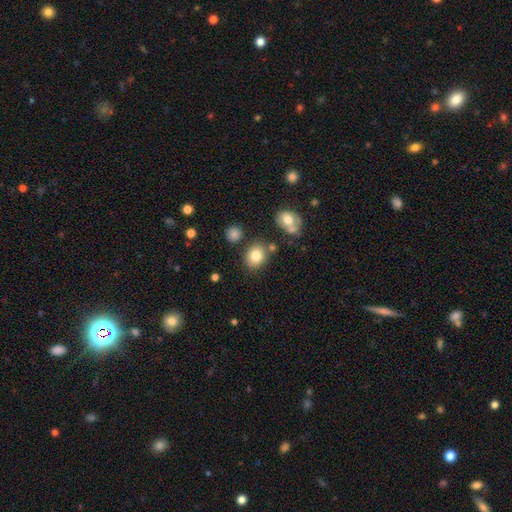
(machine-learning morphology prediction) The model was most divided on "how rounded": round: 57%, in between: 42%, cigar-shaped: 1%. More confident: smooth or featured — smooth (80%); merging — none (76%).